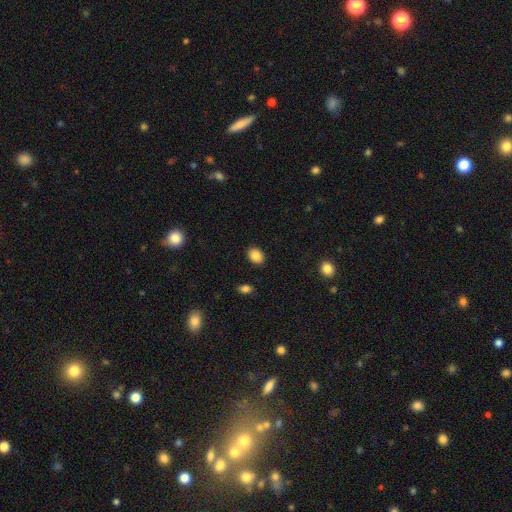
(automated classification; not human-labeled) smooth 86%, star or artifact 9%, featured or disk 5%. Down the decision tree: how rounded — in between (70%); merging — none (89%).